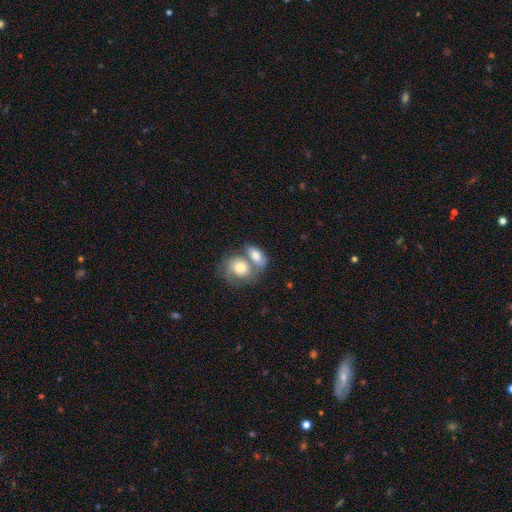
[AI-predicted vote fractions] Morphology: type=smooth (69%); roundness=in between (78%); merging=merger (63%).